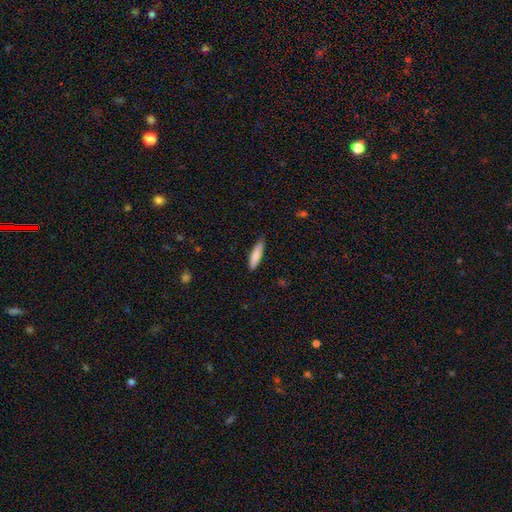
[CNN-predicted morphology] A smooth galaxy with no disk features (84%) that is cigar-shaped (73%).

Vote fractions:
- Smooth or featured? smooth: 84% / featured or disk: 10% / star or artifact: 6%
- How rounded? cigar-shaped: 73% / in between: 25% / round: 1%
- Merging? none: 82% / minor disturbance: 15% / major disturbance: 2% / merger: 1%